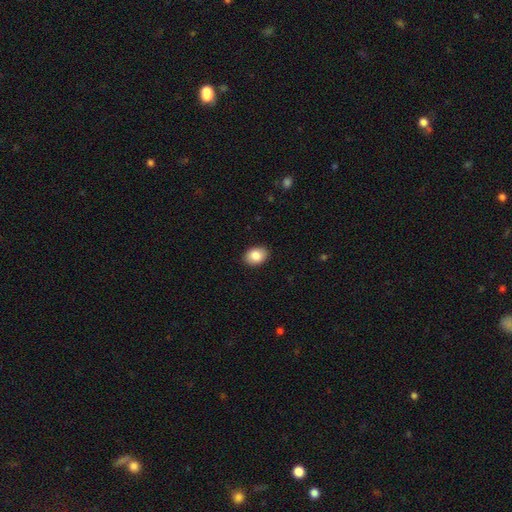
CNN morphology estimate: smooth_or_featured: smooth (p=0.86) [alt: star or artifact p=0.07]
how_rounded: in between (p=0.75) [alt: round p=0.24]
merging: none (p=0.89) [alt: minor disturbance p=0.08]